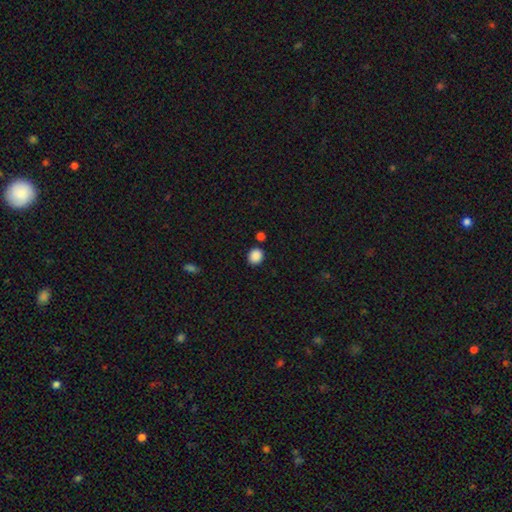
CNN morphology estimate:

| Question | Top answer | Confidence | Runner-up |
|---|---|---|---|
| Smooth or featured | smooth | 88% | star or artifact (9%) |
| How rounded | round | 72% | in between (27%) |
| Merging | none | 85% | minor disturbance (8%) |